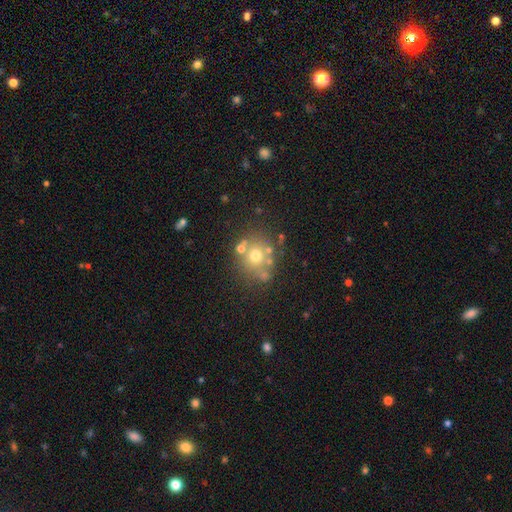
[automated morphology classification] Q: Smooth or featured?
A: smooth (57%); runner-up: featured or disk (24%)
Q: How rounded?
A: round (79%); runner-up: in between (20%)
Q: Merging?
A: none (62%); runner-up: merger (19%)